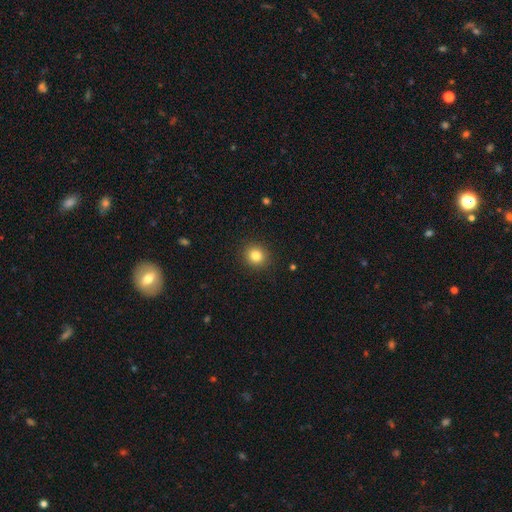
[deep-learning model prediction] A smooth galaxy with no disk features (83%) that is round (89%).

Vote fractions:
- Smooth or featured? smooth: 83% / star or artifact: 11% / featured or disk: 6%
- How rounded? round: 89% / in between: 10% / cigar-shaped: 1%
- Merging? none: 91% / minor disturbance: 6% / major disturbance: 2% / merger: 1%